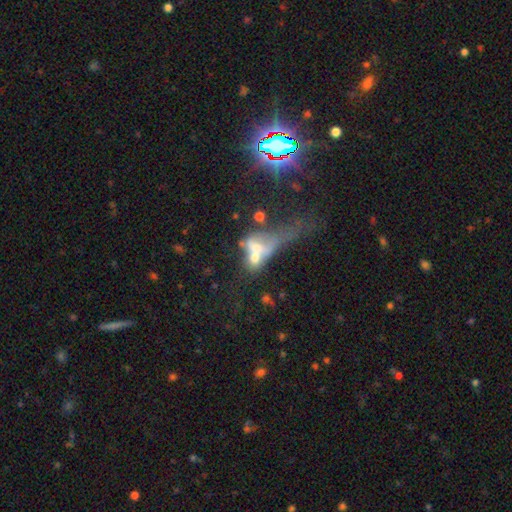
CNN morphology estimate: smooth_or_featured: smooth (p=0.42) [alt: featured or disk p=0.40]
merging: merger (p=0.58) [alt: major disturbance p=0.24]